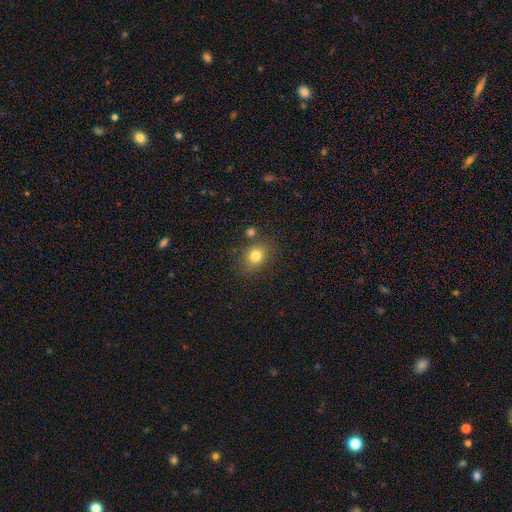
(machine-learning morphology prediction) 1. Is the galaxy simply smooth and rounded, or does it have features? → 79% smooth, 12% star or artifact, 8% featured or disk.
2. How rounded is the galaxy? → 65% round, 34% in between, 1% cigar-shaped.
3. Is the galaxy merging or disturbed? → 77% none, 11% minor disturbance, 8% merger, 4% major disturbance.